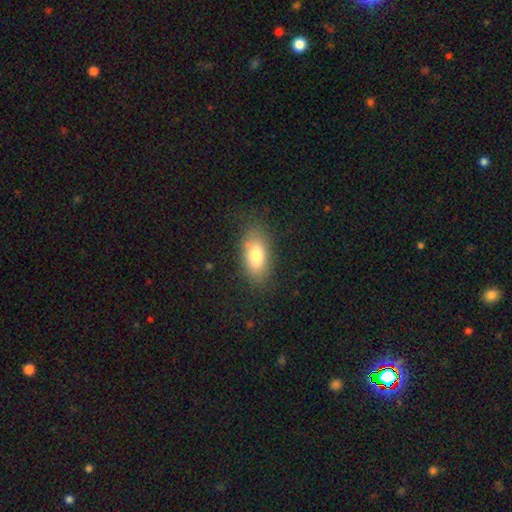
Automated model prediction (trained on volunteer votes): Smooth or featured: smooth — 78% (featured or disk — 14%)
How rounded: in between — 88% (cigar-shaped — 7%)
Merging: none — 77% (minor disturbance — 16%)